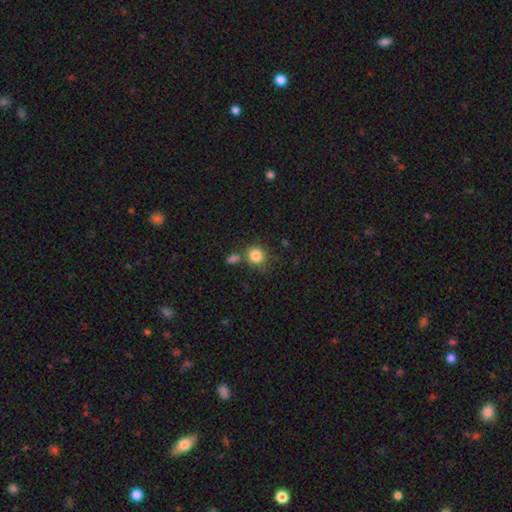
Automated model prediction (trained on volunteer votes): A smooth galaxy with no disk features (84%) that is round (86%). Merging: none (66%).